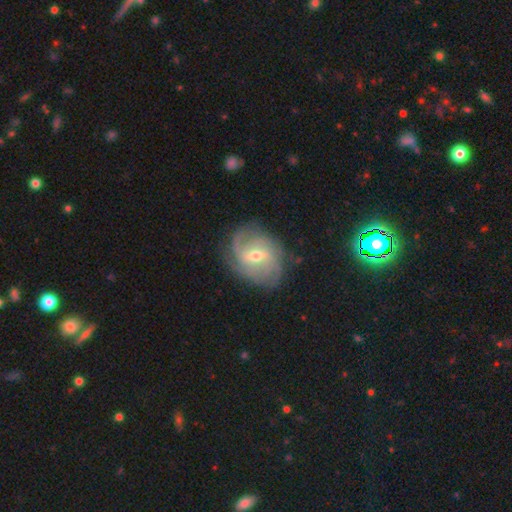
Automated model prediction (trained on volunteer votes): smooth_or_featured: featured or disk (p=0.85) [alt: smooth p=0.09]
disk_edge_on: no (p=0.97) [alt: yes p=0.03]
bar: weak (p=0.57) [alt: strong p=0.24]
has_spiral_arms: yes (p=0.95) [alt: no p=0.05]
spiral_winding: tight (p=0.41) [alt: medium p=0.40]
spiral_arm_count: 2 (p=0.29) [alt: can't tell p=0.26]
bulge_size: moderate (p=0.55) [alt: small p=0.40]
merging: none (p=0.75) [alt: minor disturbance p=0.17]